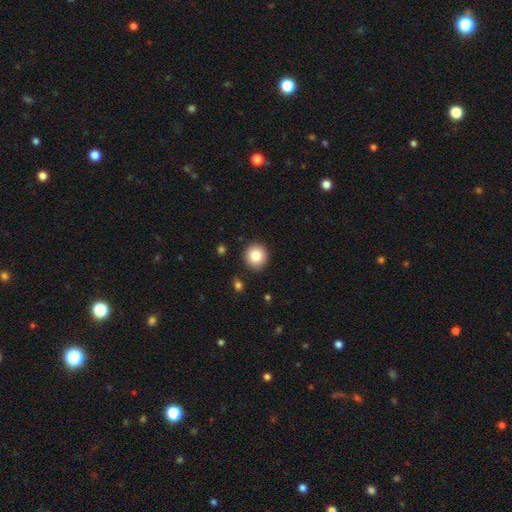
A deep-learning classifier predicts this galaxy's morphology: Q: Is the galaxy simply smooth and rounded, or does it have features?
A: smooth — 83%.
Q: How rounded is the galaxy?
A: round — 90%.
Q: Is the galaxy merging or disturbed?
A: none — 89%.